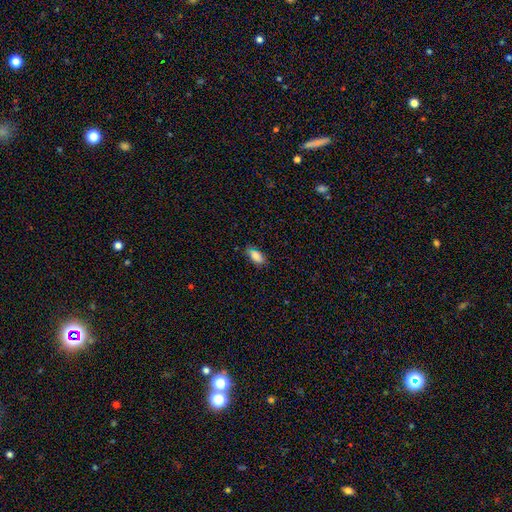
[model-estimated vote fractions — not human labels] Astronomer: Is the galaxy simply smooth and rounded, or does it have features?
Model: smooth — 86%.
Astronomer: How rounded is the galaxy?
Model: in between — 90%.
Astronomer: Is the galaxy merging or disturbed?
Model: none — 76%.